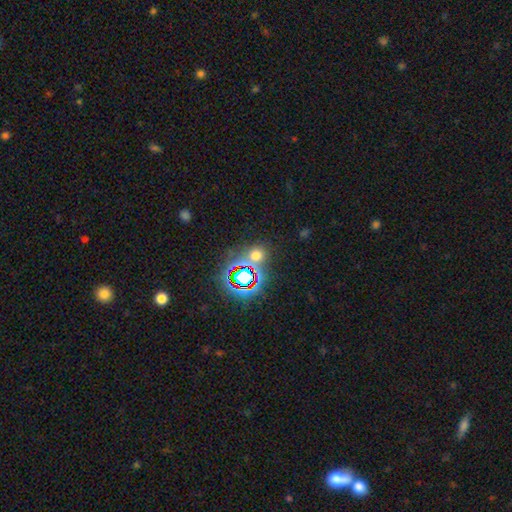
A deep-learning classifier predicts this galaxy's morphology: This appears to be a smooth galaxy with no disk features (48%). Merging: none (75%).